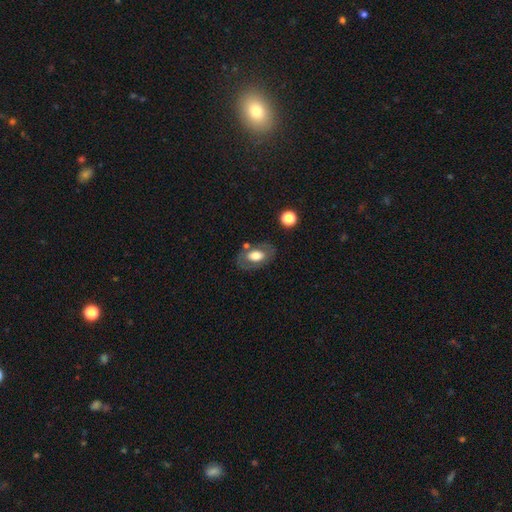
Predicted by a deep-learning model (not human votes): Smooth or featured?
  - smooth: 57% *
  - featured or disk: 35%
  - star or artifact: 7%
How rounded?
  - in between: 87% *
  - round: 12%
  - cigar-shaped: 2%
Merging?
  - none: 72% *
  - minor disturbance: 16%
  - major disturbance: 7%
  - merger: 6%